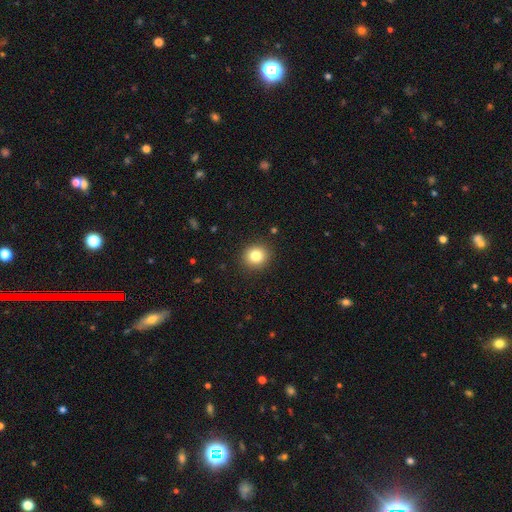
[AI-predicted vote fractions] Smooth or featured: smooth — 82% (star or artifact — 11%)
How rounded: round — 87% (in between — 12%)
Merging: none — 91% (minor disturbance — 6%)